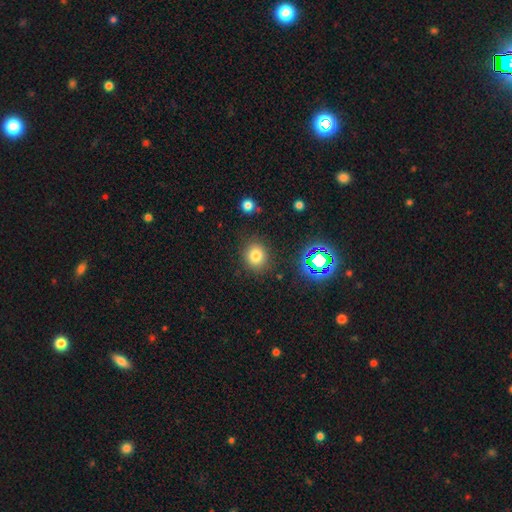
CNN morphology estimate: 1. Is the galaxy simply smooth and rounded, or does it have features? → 75% smooth, 17% star or artifact, 7% featured or disk.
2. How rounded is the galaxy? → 81% round, 18% in between, 1% cigar-shaped.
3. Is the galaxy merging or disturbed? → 86% none, 8% minor disturbance, 3% major disturbance, 2% merger.